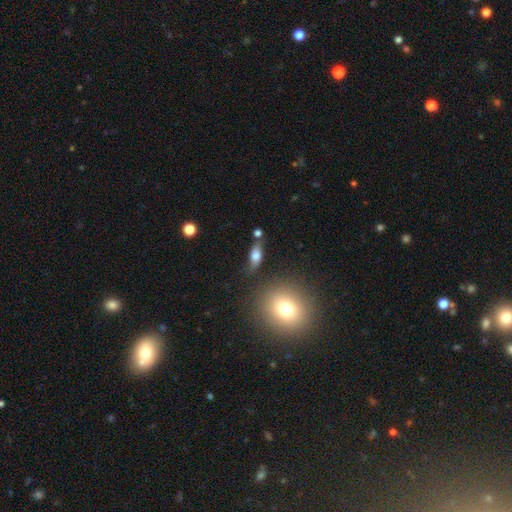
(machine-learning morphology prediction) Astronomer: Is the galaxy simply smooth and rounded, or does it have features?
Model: smooth — 66%.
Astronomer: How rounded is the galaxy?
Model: in between — 69%.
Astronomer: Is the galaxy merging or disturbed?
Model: none — 68%.